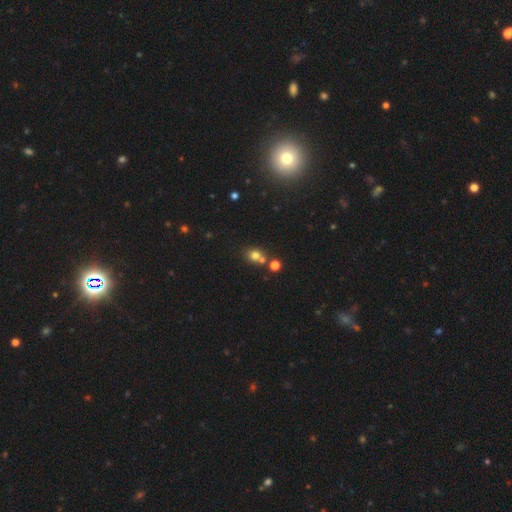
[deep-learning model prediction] The model was most divided on "merging": none: 55%, merger: 33%, minor disturbance: 9%, major disturbance: 4%. More confident: how rounded — round (77%); smooth or featured — smooth (71%).